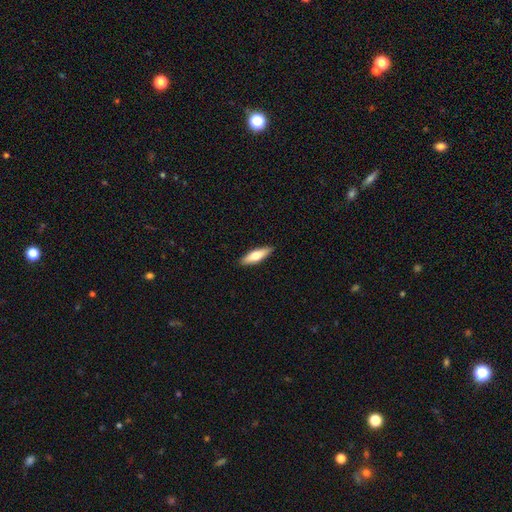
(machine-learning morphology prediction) Smooth or featured?
  - smooth: 65% *
  - featured or disk: 30%
  - star or artifact: 5%
How rounded?
  - cigar-shaped: 57% *
  - in between: 41%
  - round: 2%
Merging?
  - none: 90% *
  - minor disturbance: 8%
  - major disturbance: 2%
  - merger: 1%